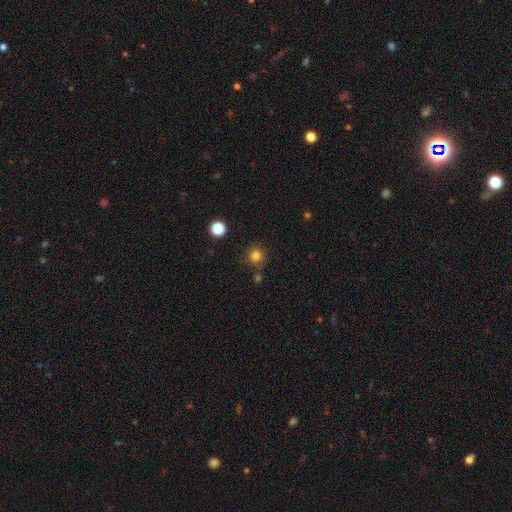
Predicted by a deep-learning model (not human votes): A smooth galaxy with no disk features (80%) that is round (94%).

Vote fractions:
- Smooth or featured? smooth: 80% / star or artifact: 14% / featured or disk: 5%
- How rounded? round: 94% / in between: 5% / cigar-shaped: 1%
- Merging? none: 82% / minor disturbance: 9% / merger: 6% / major disturbance: 3%